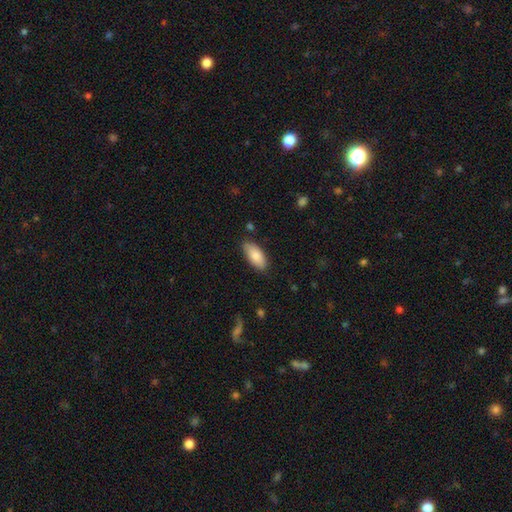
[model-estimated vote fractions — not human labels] smooth-or-featured: smooth: 83% | featured or disk: 11% | star or artifact: 6%
  how-rounded: in between: 87% | cigar-shaped: 11% | round: 2%
  merging: none: 82% | minor disturbance: 14% | major disturbance: 2% | merger: 2%